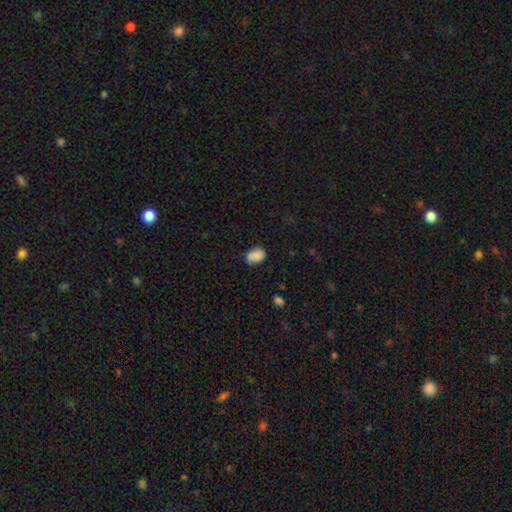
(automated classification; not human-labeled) This appears to be a smooth galaxy with no disk features (83%) that is in between round and cigar-shaped (73%). Merging: none (69%).